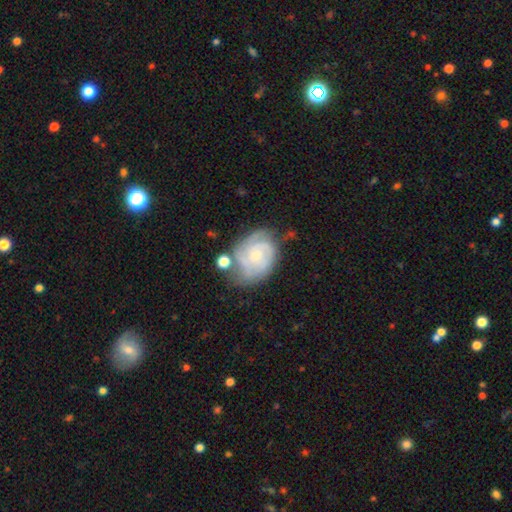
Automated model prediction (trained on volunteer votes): featured or disk 79%, smooth 15%, star or artifact 6%. Down the decision tree: edge-on disk — no (98%); bar — no (66%); spiral arms — yes (94%); spiral arm count — 3 (29%, tied with 2); spiral winding — tight (61%); bulge size — small (63%); merging — none (52%).